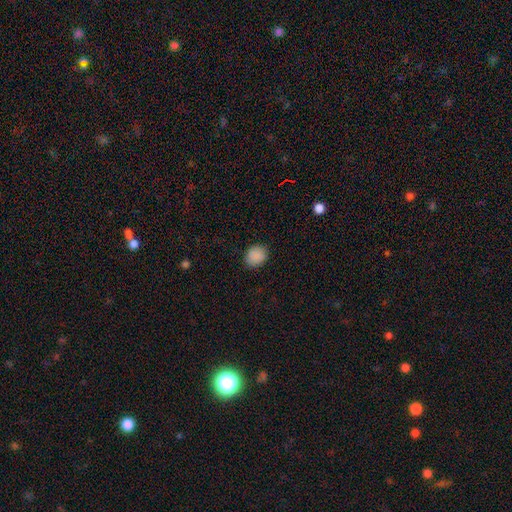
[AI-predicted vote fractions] Smooth or featured? smooth (88%)
How rounded? round (65%)
Merging? none (85%)